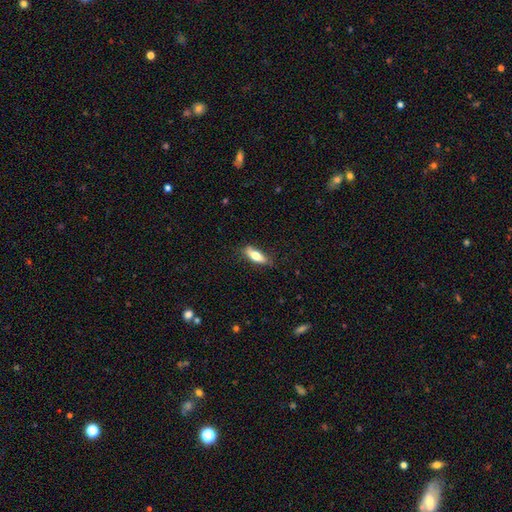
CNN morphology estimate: The model was most divided on "how rounded": in between: 58%, cigar-shaped: 40%, round: 3%. More confident: merging — none (80%); smooth or featured — smooth (68%).